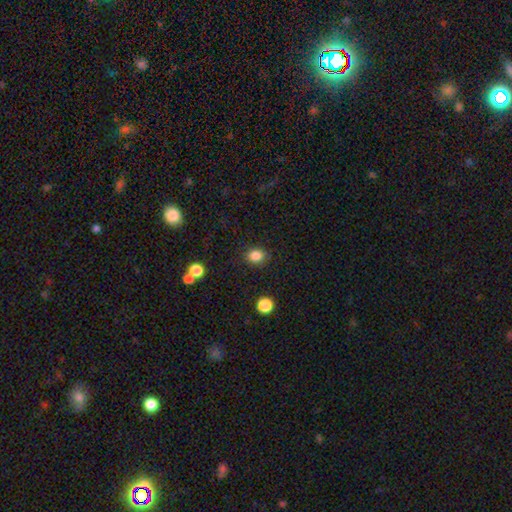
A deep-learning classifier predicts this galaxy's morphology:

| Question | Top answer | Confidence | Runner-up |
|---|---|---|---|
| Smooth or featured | smooth | 85% | star or artifact (11%) |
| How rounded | round | 59% | in between (40%) |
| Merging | none | 87% | minor disturbance (9%) |